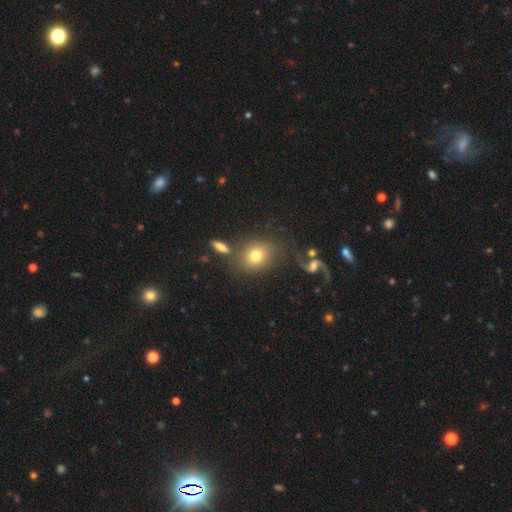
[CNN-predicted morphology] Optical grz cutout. It shows a smooth galaxy with no disk features (75%) that is round (59%). Merging: none (70%).